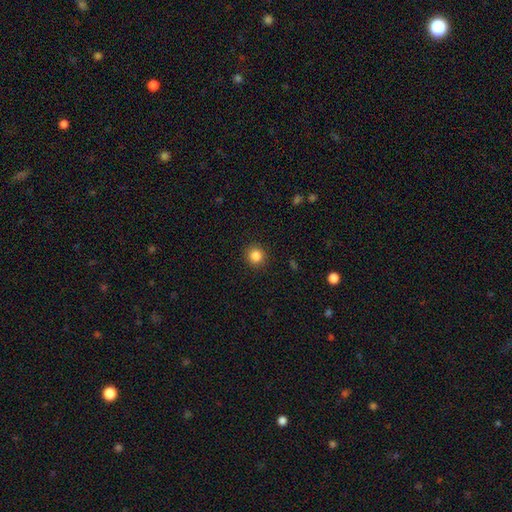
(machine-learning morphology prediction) smooth_or_featured: smooth (p=0.86) [alt: star or artifact p=0.10]
how_rounded: round (p=0.91) [alt: in between p=0.08]
merging: none (p=0.91) [alt: minor disturbance p=0.06]